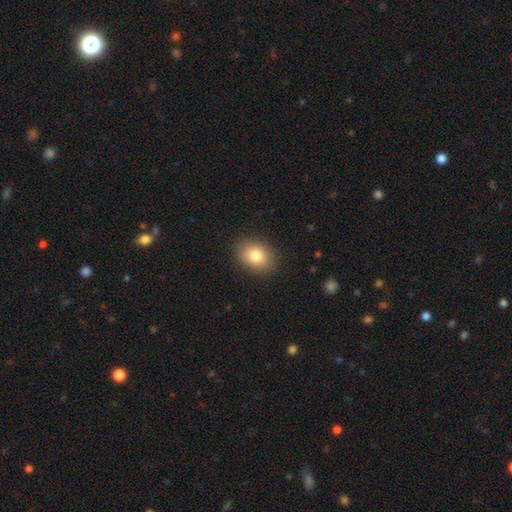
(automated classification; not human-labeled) Smooth or featured? smooth (83%)
How rounded? in between (69%)
Merging? none (87%)